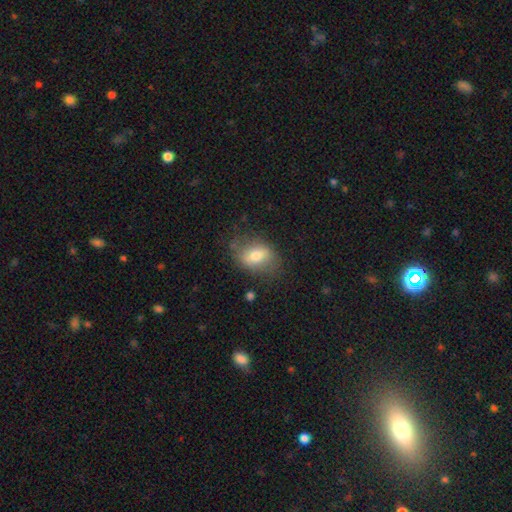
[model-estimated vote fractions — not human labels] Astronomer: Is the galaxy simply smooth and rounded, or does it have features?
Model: smooth — 66%.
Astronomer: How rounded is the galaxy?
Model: in between — 76%.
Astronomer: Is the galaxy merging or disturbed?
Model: none — 68%.